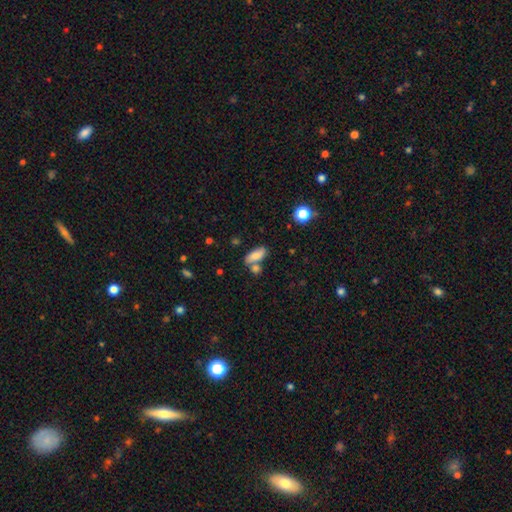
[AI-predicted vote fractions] smooth-or-featured: smooth: 79% | featured or disk: 12% | star or artifact: 9%
  how-rounded: in between: 78% | cigar-shaped: 18% | round: 4%
  merging: none: 47% | merger: 33% | minor disturbance: 15% | major disturbance: 5%